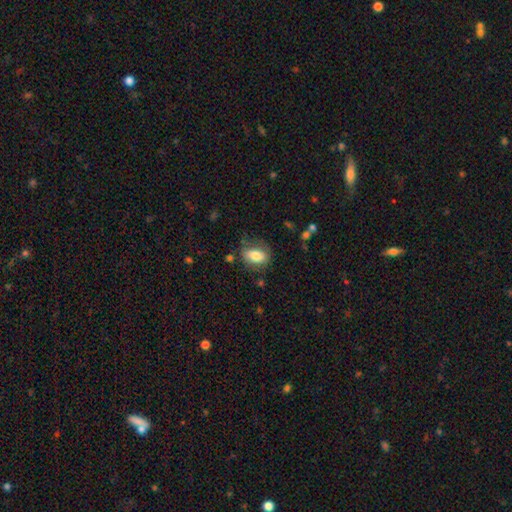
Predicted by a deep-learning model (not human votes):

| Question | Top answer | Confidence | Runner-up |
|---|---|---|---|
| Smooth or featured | smooth | 79% | featured or disk (14%) |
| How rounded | in between | 83% | round (14%) |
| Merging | none | 72% | minor disturbance (18%) |